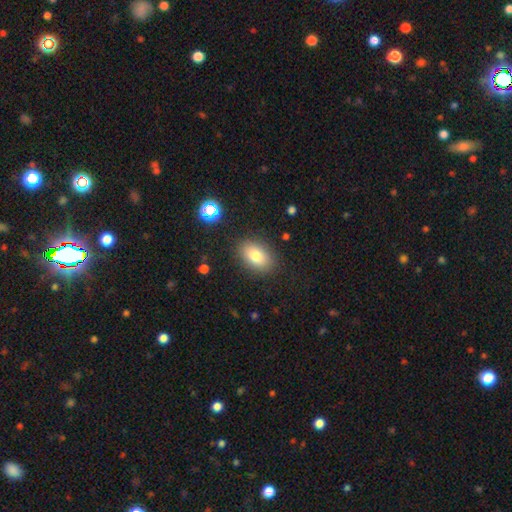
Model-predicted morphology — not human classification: Q: Smooth or featured?
A: smooth (79%); runner-up: star or artifact (11%)
Q: How rounded?
A: in between (83%); runner-up: round (16%)
Q: Merging?
A: none (86%); runner-up: minor disturbance (9%)